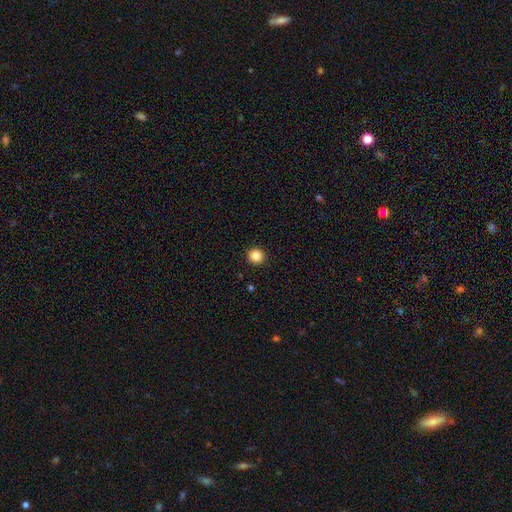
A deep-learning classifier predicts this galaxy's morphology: The model was most divided on "smooth or featured": smooth: 85%, star or artifact: 11%, featured or disk: 4%. More confident: how rounded — round (94%); merging — none (93%).